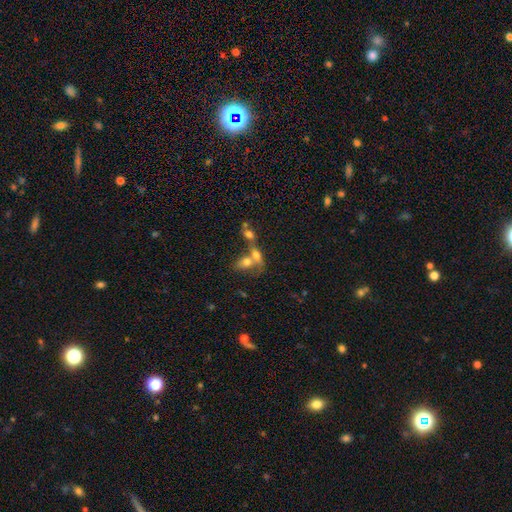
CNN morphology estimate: The model was most divided on "smooth or featured": smooth: 64%, featured or disk: 23%, star or artifact: 12%. More confident: how rounded — in between (72%); merging — merger (68%).